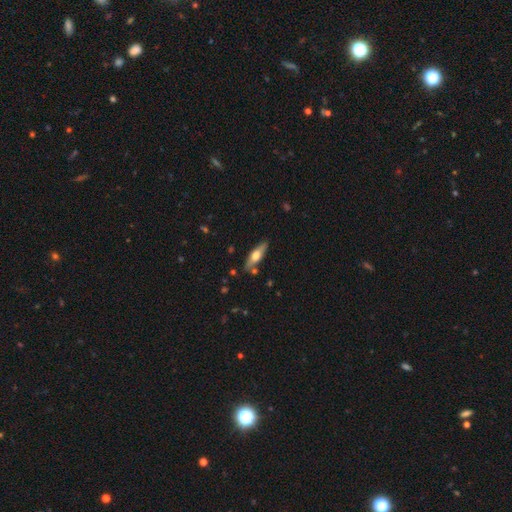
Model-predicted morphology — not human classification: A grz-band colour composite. It shows a smooth galaxy with no disk features (49%). Merging: none (81%).